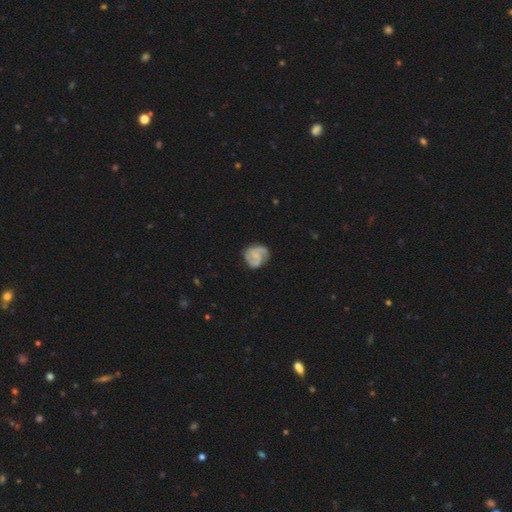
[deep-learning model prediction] Smooth or featured: featured or disk — 78% (smooth — 16%)
Edge-on disk: no — 98% (yes — 2%)
Bar: no — 57% (weak — 35%)
Spiral arms: yes — 95% (no — 5%)
Spiral winding: medium — 48% (tight — 38%)
Spiral arm count: 2 — 61% (3 — 23%)
Bulge size: small — 52% (none — 27%)
Merging: none — 74% (minor disturbance — 18%)